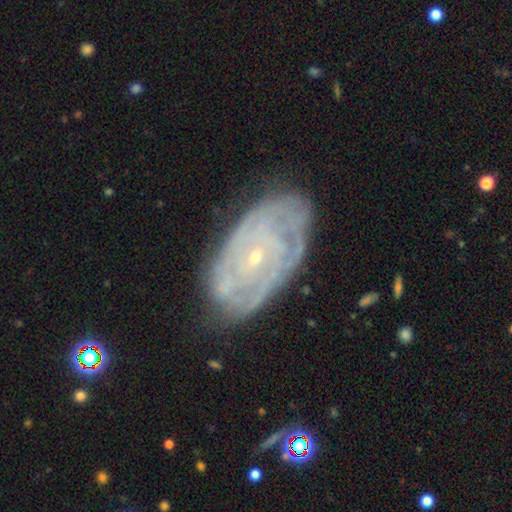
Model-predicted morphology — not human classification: type=featured or disk (80%); edge-on=no (94%); bar=no (74%); spiral arms=yes (86%); winding=tight (74%); arm count=can't tell (47%); bulge=small (84%); merging=none (74%).